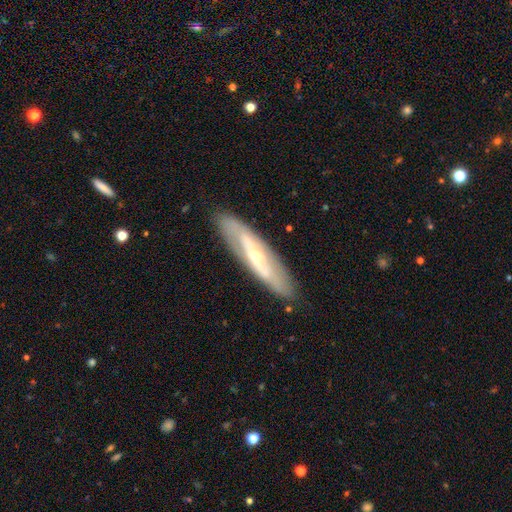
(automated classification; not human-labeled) Smooth or featured? Predicted: featured or disk (p=0.66). Edge-on disk? Predicted: no (p=0.61). Merging? Predicted: none (p=0.84).